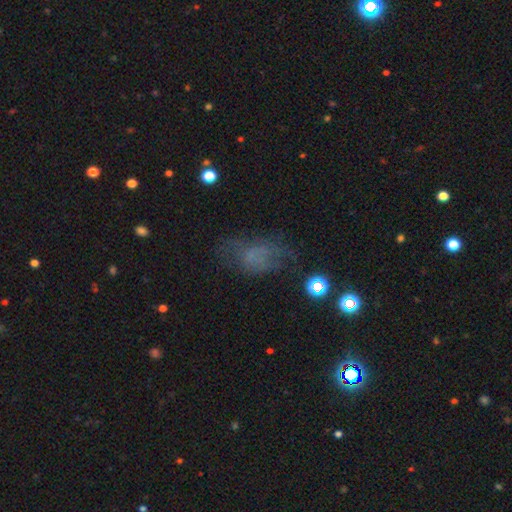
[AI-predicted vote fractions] Smooth or featured? Predicted: smooth (p=0.49). Merging? Predicted: none (p=0.46).